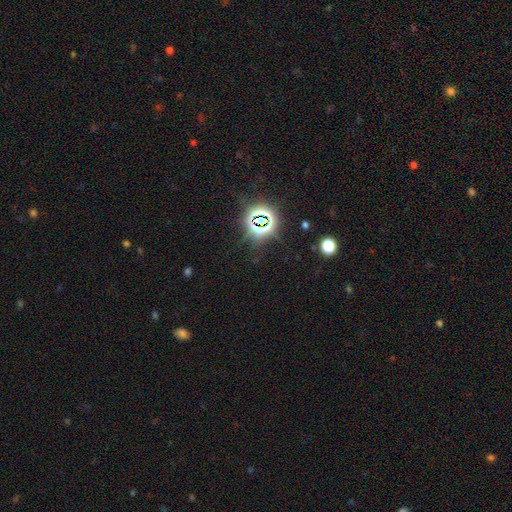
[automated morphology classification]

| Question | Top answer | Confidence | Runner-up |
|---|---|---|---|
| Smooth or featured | star or artifact | 79% | smooth (14%) |